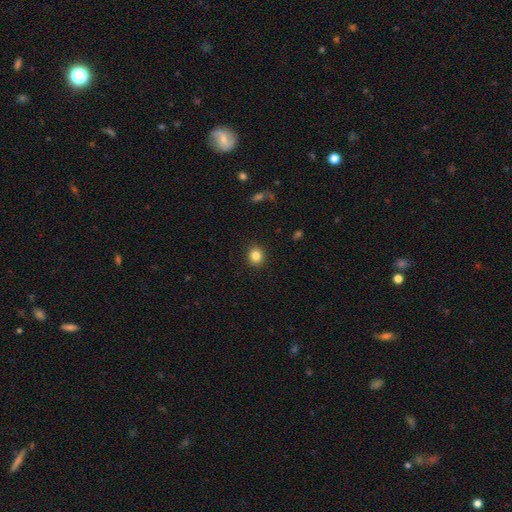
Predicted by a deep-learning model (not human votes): The model was most divided on "how rounded": round: 81%, in between: 18%, cigar-shaped: 1%. More confident: merging — none (91%); smooth or featured — smooth (84%).